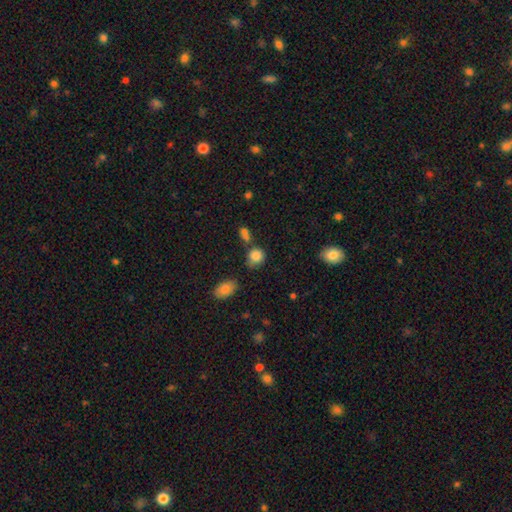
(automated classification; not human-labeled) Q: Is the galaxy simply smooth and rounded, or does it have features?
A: smooth — 84%.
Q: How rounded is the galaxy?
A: round — 77%.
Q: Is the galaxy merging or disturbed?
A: none — 63%.